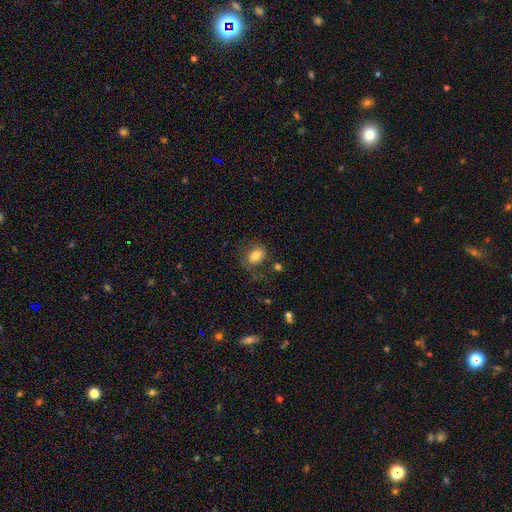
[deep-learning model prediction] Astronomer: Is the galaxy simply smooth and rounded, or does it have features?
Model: smooth — 79%.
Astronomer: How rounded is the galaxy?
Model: in between — 73%.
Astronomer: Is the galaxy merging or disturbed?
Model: none — 68%.